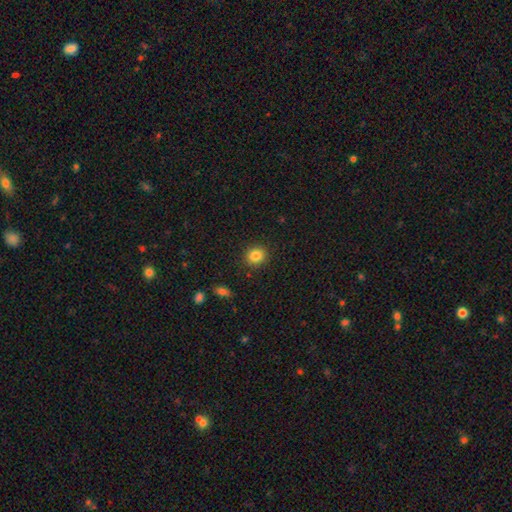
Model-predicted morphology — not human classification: Q: Smooth or featured?
A: smooth (84%); runner-up: star or artifact (10%)
Q: How rounded?
A: round (83%); runner-up: in between (16%)
Q: Merging?
A: none (89%); runner-up: minor disturbance (7%)